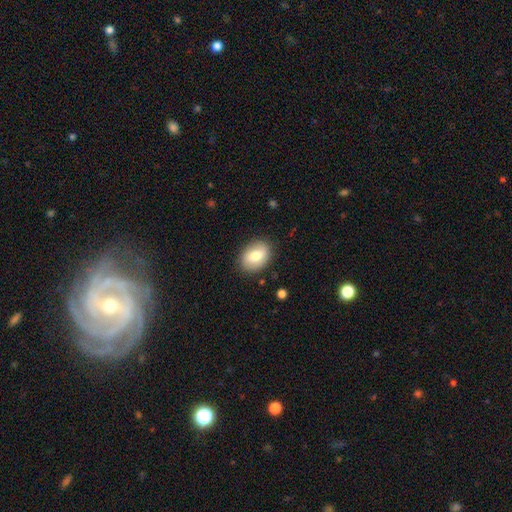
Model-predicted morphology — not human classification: This appears to be a smooth galaxy with no disk features (75%) that is in between round and cigar-shaped (74%). Merging: none (86%).